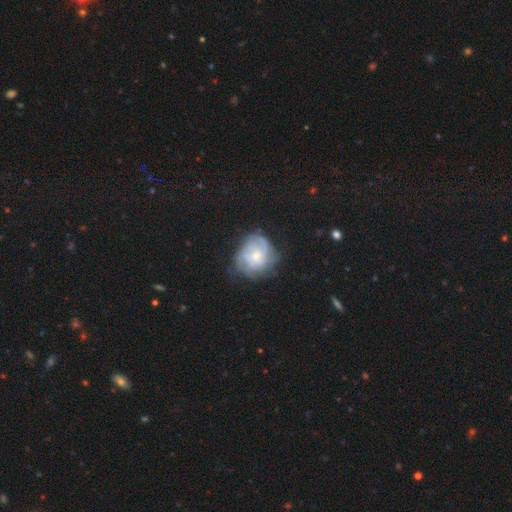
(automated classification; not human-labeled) Smooth or featured?
  - featured or disk: 65% *
  - smooth: 26%
  - star or artifact: 9%
Edge-on disk?
  - no: 97% *
  - yes: 3%
Bar?
  - no: 78% *
  - weak: 19%
  - strong: 3%
Spiral arms?
  - yes: 82% *
  - no: 18%
Spiral winding?
  - tight: 51% *
  - medium: 33%
  - loose: 17%
Spiral arm count?
  - can't tell: 46% *
  - 4: 17%
  - 3: 14%
  - 2: 9%
  - more than 4: 8%
  - 1: 6%
Bulge size?
  - small: 57% *
  - moderate: 36%
  - large: 3%
  - none: 3%
  - dominant: 1%
Merging?
  - none: 65% *
  - minor disturbance: 21%
  - major disturbance: 12%
  - merger: 2%